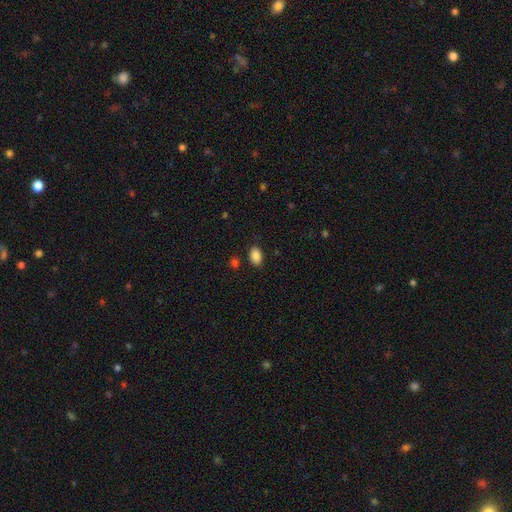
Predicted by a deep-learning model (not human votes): smooth 87%, star or artifact 8%, featured or disk 5%. Down the decision tree: how rounded — in between (87%); merging — none (84%).